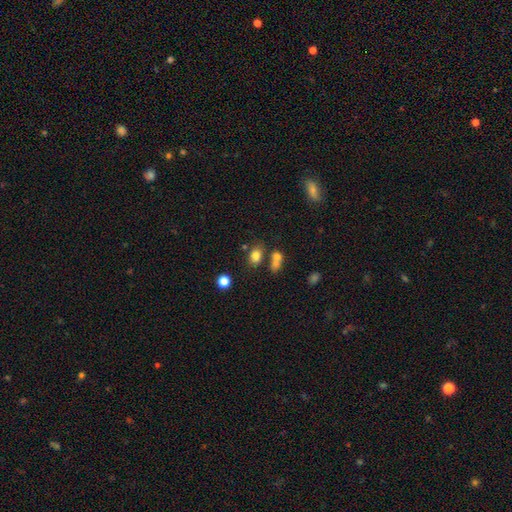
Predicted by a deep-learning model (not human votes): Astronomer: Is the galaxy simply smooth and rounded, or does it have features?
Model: smooth — 78%.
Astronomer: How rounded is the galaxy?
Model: in between — 64%.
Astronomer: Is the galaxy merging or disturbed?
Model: none — 60%.